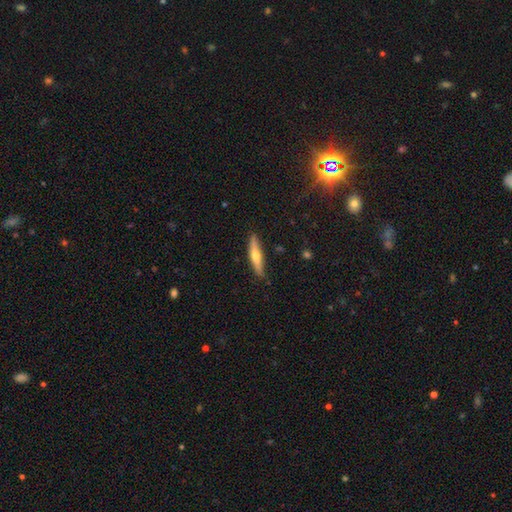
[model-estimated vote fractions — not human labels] Smooth or featured? smooth (48%)
Merging? none (85%)